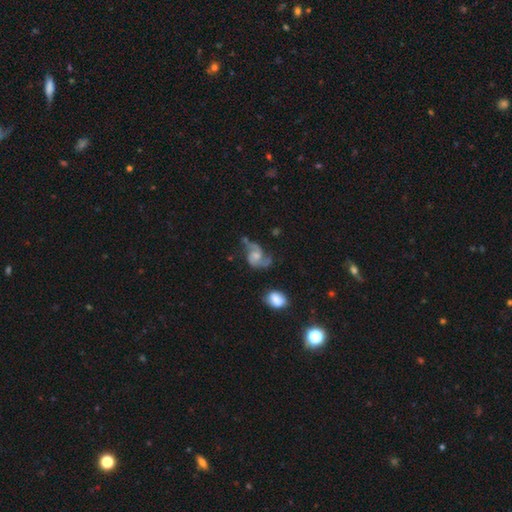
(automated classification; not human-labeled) smooth-or-featured: featured or disk: 83% | smooth: 10% | star or artifact: 7%
  disk-edge-on: no: 98% | yes: 2%
    bar: no: 61% | weak: 32% | strong: 6%
    has-spiral-arms: yes: 95% | no: 5%
      spiral-winding: medium: 45% | loose: 43% | tight: 12%
      spiral-arm-count: 2: 90% | 1: 3% | can't tell: 3% | 3: 1% | 4: 1% | more than 4: 1%
    bulge-size: moderate: 38% | small: 37% | none: 16% | large: 8% | dominant: 2%
  merging: none: 51% | minor disturbance: 23% | major disturbance: 18% | merger: 9%